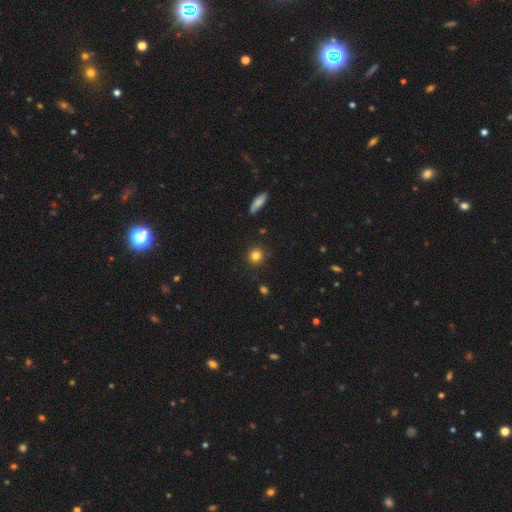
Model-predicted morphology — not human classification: A smooth galaxy with no disk features (83%) that is round (90%). Merging: none (90%).